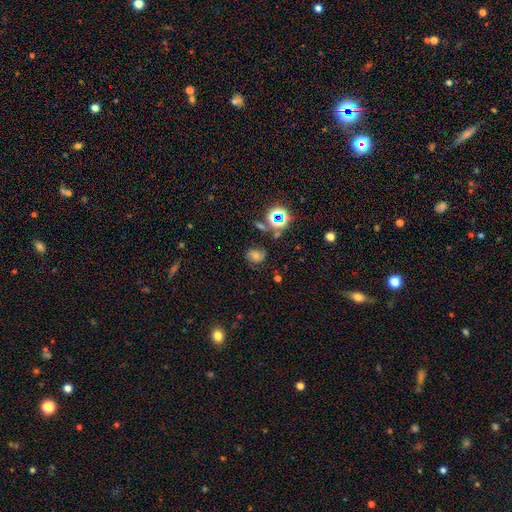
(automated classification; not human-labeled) Smooth or featured? smooth (44%)
Merging? none (64%)